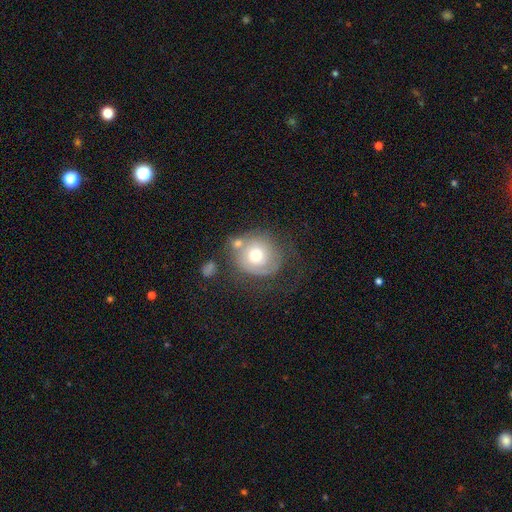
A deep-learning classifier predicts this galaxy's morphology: A smooth galaxy with no disk features (49%). Merging: none (49%).